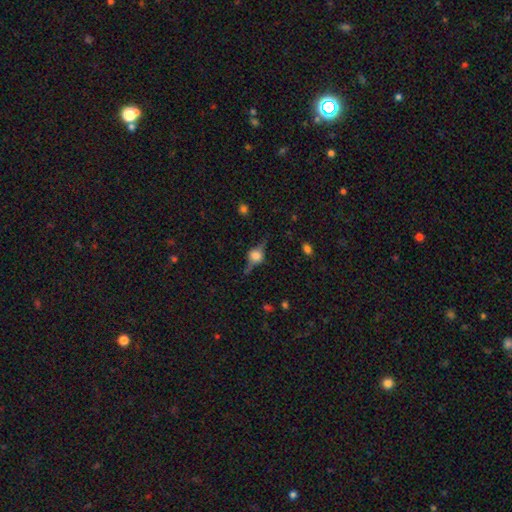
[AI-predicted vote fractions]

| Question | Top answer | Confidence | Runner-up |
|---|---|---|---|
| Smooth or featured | featured or disk | 66% | smooth (23%) |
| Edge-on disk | yes | 93% | no (7%) |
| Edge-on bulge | rounded | 92% | boxy (6%) |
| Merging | none | 76% | minor disturbance (17%) |